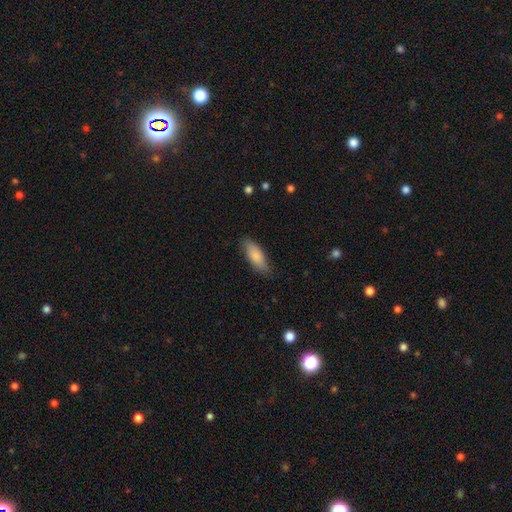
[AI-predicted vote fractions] Smooth or featured? Predicted: smooth (p=0.82). How rounded? Predicted: in between (p=0.70). Merging? Predicted: none (p=0.79).